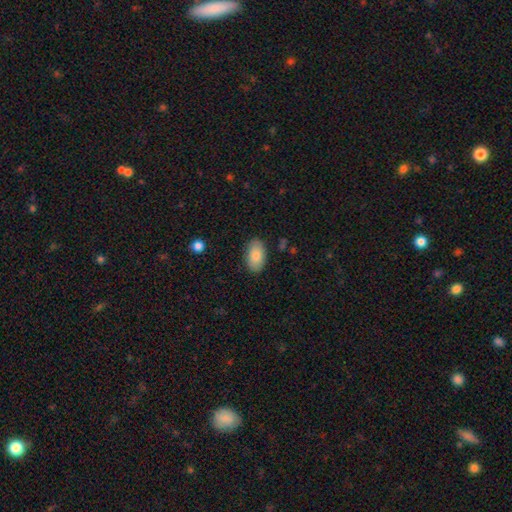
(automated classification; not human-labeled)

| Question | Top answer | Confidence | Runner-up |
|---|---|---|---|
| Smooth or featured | smooth | 84% | featured or disk (9%) |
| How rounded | in between | 94% | round (5%) |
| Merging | none | 86% | minor disturbance (10%) |